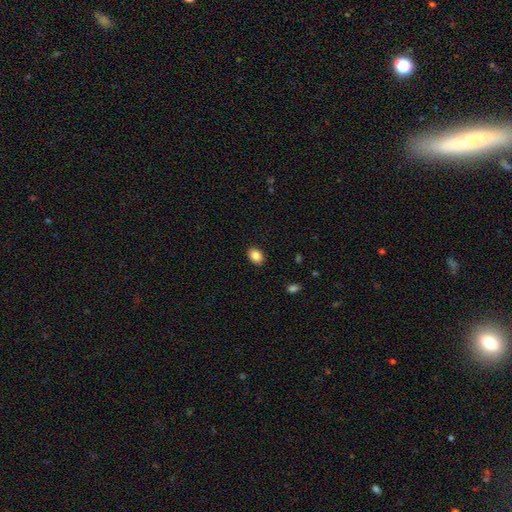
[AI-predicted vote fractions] Smooth or featured? Predicted: smooth (p=0.87). How rounded? Predicted: in between (p=0.74). Merging? Predicted: none (p=0.89).